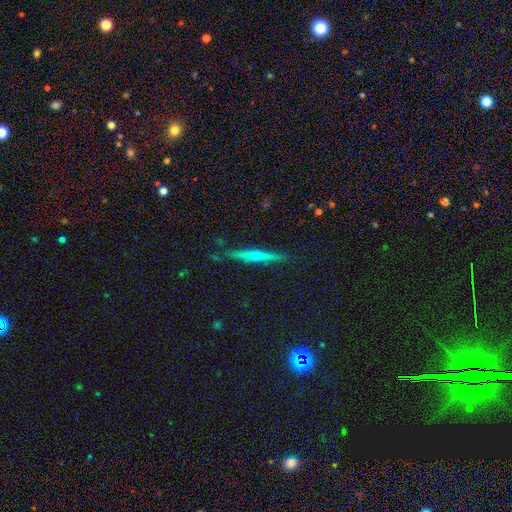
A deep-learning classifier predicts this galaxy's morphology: smooth-or-featured: featured or disk: 66% | smooth: 23% | star or artifact: 11%
  disk-edge-on: yes: 97% | no: 3%
    edge-on-bulge: rounded: 73% | none: 22% | boxy: 6%
  merging: none: 89% | minor disturbance: 8% | major disturbance: 1% | merger: 1%